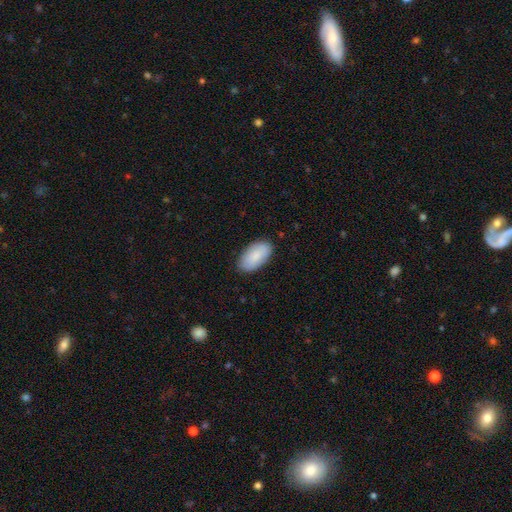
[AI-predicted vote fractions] A smooth galaxy with no disk features (86%) that is in between round and cigar-shaped (96%). Merging: none (86%).